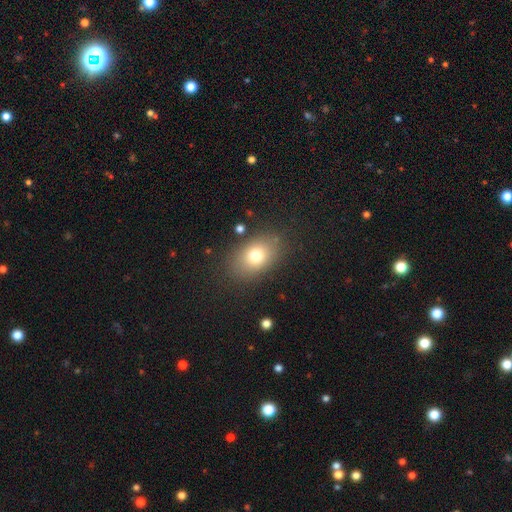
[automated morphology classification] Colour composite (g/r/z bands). It shows a smooth galaxy with no disk features (76%) that is in between round and cigar-shaped (78%). Merging: none (82%).